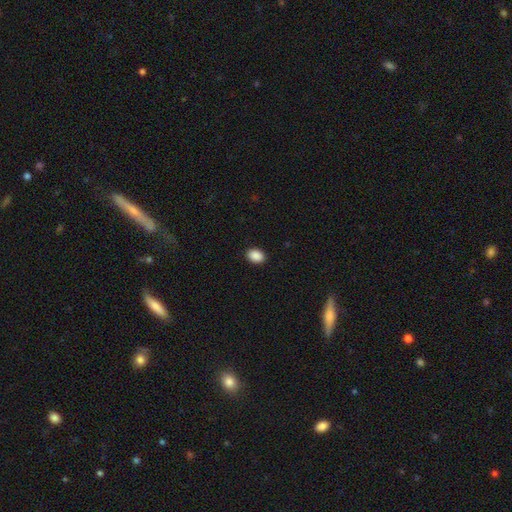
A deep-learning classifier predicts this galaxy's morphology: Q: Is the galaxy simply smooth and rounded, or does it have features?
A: smooth — 90%.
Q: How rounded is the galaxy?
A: in between — 72%.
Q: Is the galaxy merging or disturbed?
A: none — 90%.